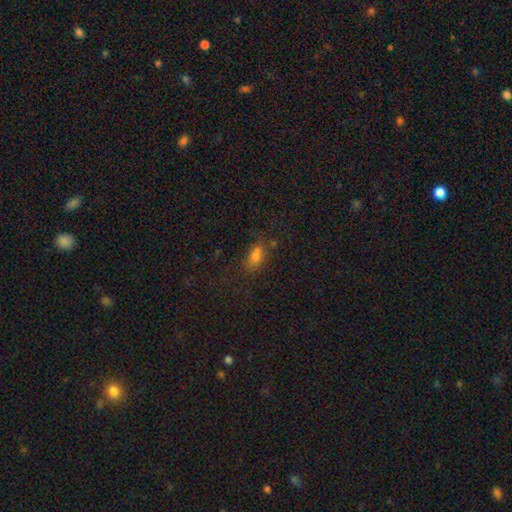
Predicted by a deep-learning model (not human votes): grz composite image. It shows a smooth galaxy with no disk features (67%) that is in between round and cigar-shaped (77%). Merging: none (61%).